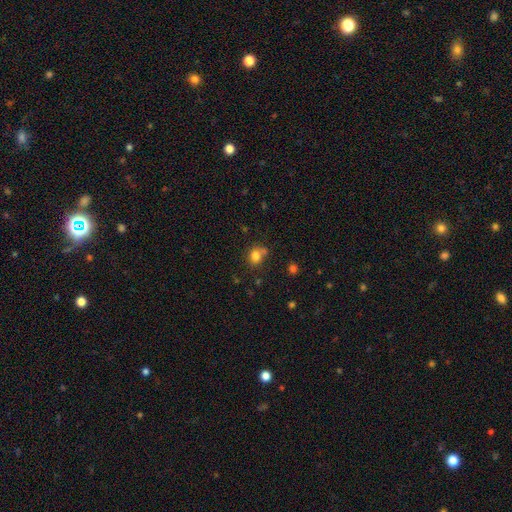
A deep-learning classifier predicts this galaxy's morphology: This appears to be a smooth galaxy with no disk features (80%) that is round (63%). Merging: none (55%).